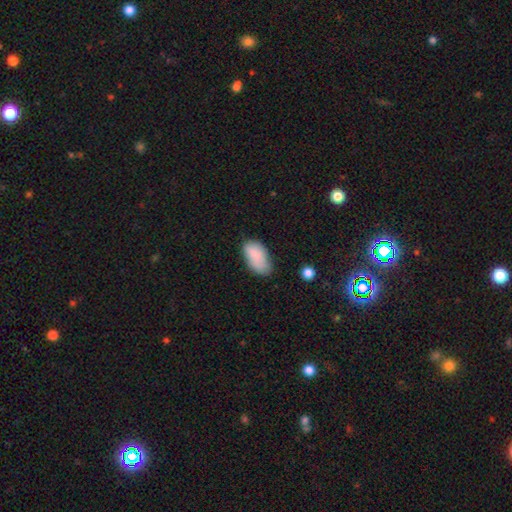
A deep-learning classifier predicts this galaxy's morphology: type=smooth (85%); roundness=in between (94%); merging=none (48%).